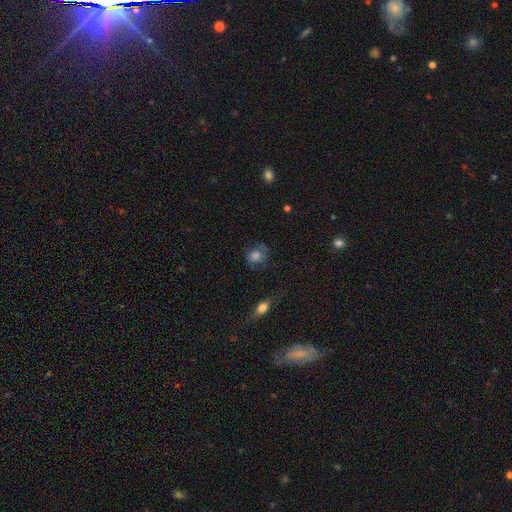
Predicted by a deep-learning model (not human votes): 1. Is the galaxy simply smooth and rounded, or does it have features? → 54% smooth, 35% featured or disk, 11% star or artifact.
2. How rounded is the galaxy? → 77% round, 22% in between, 2% cigar-shaped.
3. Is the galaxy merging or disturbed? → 67% none, 21% minor disturbance, 11% major disturbance, 2% merger.